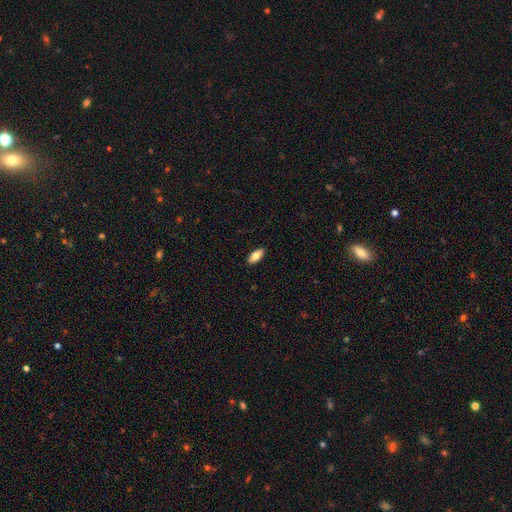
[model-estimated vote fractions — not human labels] Morphology: type=smooth (79%); roundness=in between (87%); merging=none (89%).